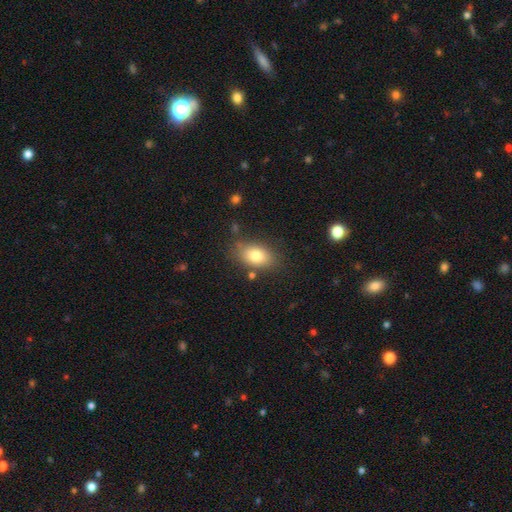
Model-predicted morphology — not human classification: A smooth galaxy with no disk features (79%) that is in between round and cigar-shaped (86%).

Vote fractions:
- Smooth or featured? smooth: 79% / featured or disk: 12% / star or artifact: 9%
- How rounded? in between: 86% / round: 12% / cigar-shaped: 2%
- Merging? none: 76% / minor disturbance: 15% / major disturbance: 4% / merger: 4%